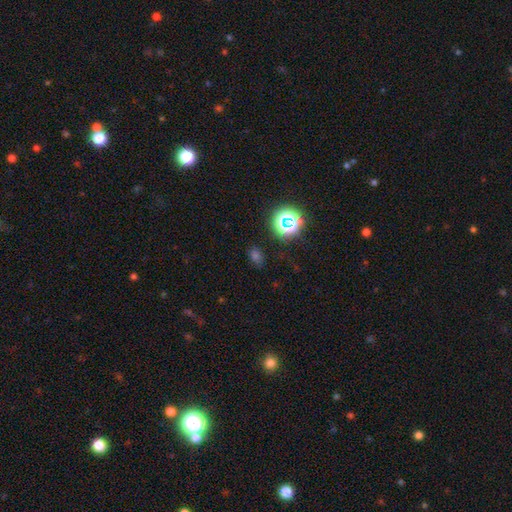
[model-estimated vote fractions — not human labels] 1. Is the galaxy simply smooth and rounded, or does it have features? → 48% smooth, 45% star or artifact, 7% featured or disk.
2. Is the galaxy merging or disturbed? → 83% none, 11% minor disturbance, 4% major disturbance, 3% merger.